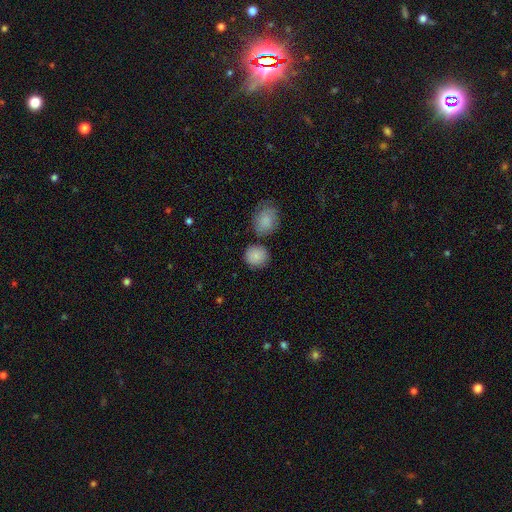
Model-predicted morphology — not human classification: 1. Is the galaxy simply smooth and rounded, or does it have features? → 84% smooth, 8% star or artifact, 8% featured or disk.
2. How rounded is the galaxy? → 84% round, 15% in between, 1% cigar-shaped.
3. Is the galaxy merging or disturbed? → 72% none, 12% merger, 12% minor disturbance, 3% major disturbance.